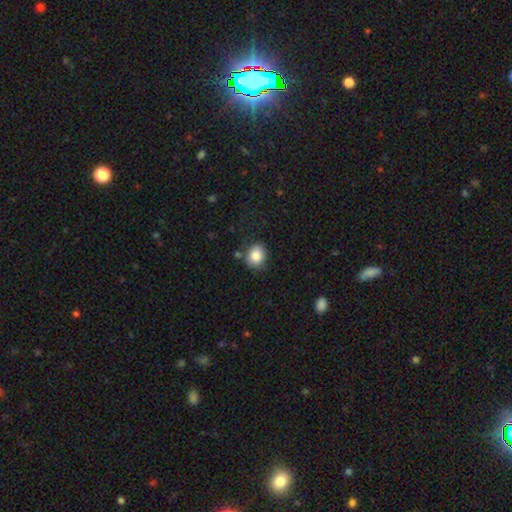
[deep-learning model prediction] Smooth or featured? Predicted: smooth (p=0.85). How rounded? Predicted: round (p=0.56). Merging? Predicted: none (p=0.77).